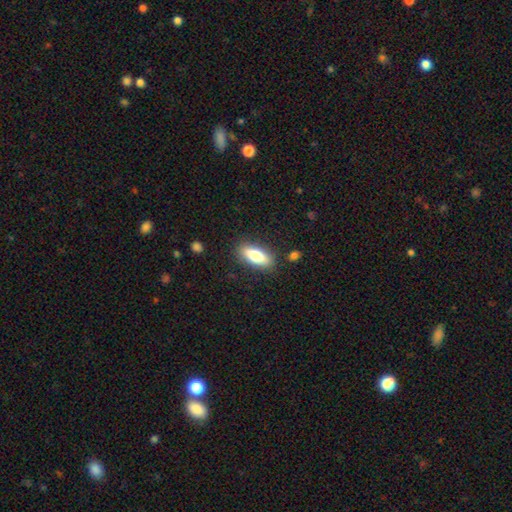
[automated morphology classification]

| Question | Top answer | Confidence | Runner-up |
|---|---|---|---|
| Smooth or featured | smooth | 72% | featured or disk (21%) |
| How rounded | in between | 71% | cigar-shaped (25%) |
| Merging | none | 86% | minor disturbance (10%) |